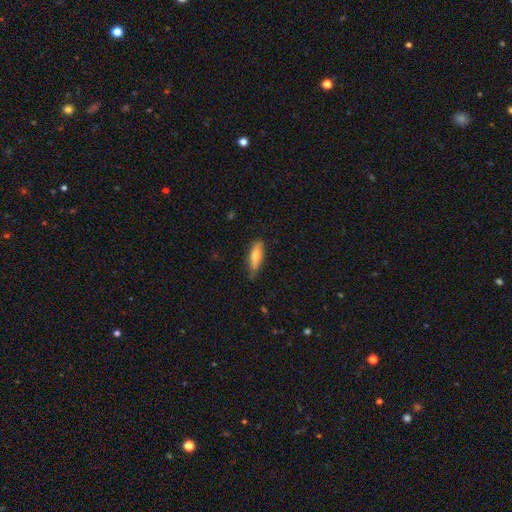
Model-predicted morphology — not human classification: smooth_or_featured: smooth (p=0.73) [alt: featured or disk p=0.21]
how_rounded: in between (p=0.50) [alt: cigar-shaped p=0.48]
merging: none (p=0.75) [alt: minor disturbance p=0.21]